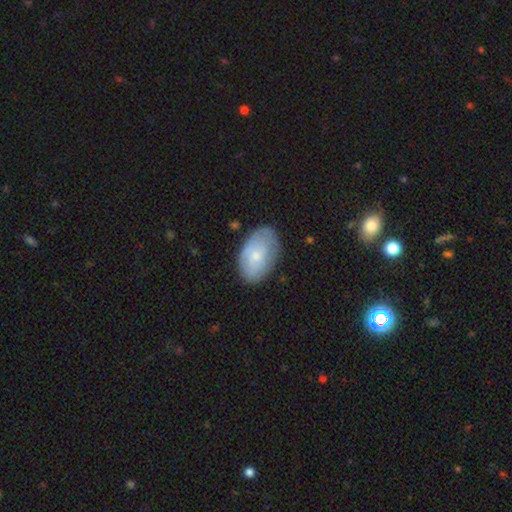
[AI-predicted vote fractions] Smooth or featured? Predicted: smooth (p=0.64). How rounded? Predicted: in between (p=0.91). Merging? Predicted: none (p=0.72).